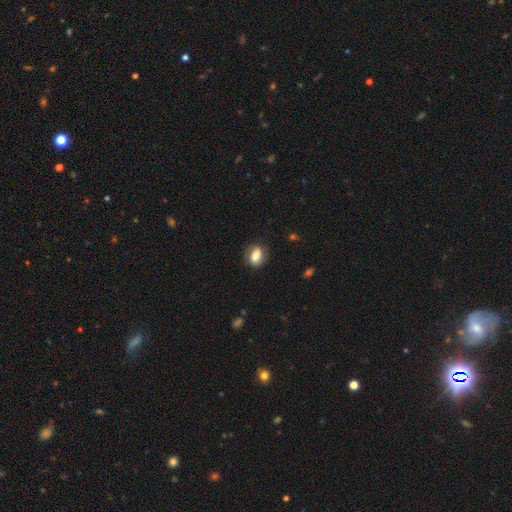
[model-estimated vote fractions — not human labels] A smooth galaxy with no disk features (77%) that is in between round and cigar-shaped (74%). Merging: none (80%).